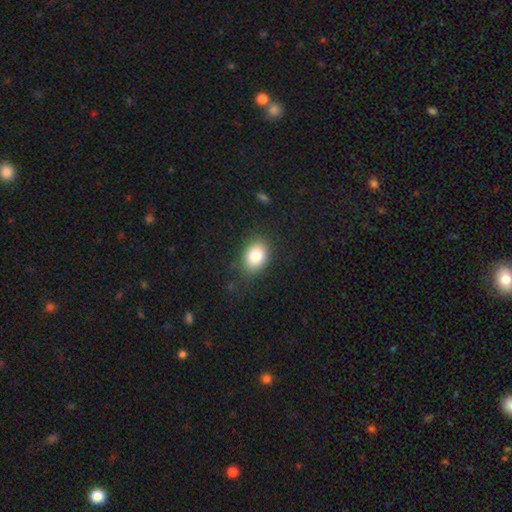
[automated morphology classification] A smooth galaxy with no disk features (84%) that is in between round and cigar-shaped (74%). Merging: none (81%).